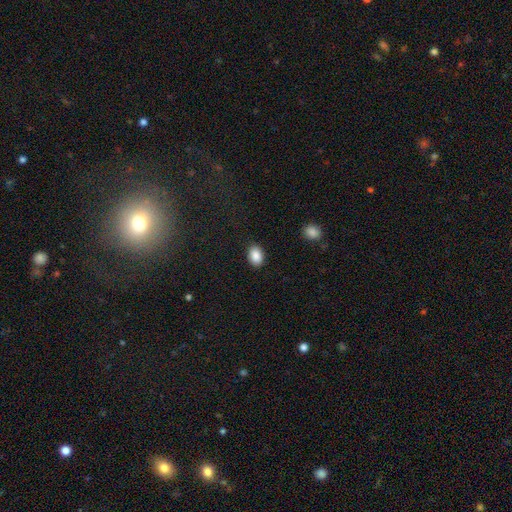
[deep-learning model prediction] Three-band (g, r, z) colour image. It shows a smooth galaxy with no disk features (88%) that is in between round and cigar-shaped (81%). Merging: none (88%).